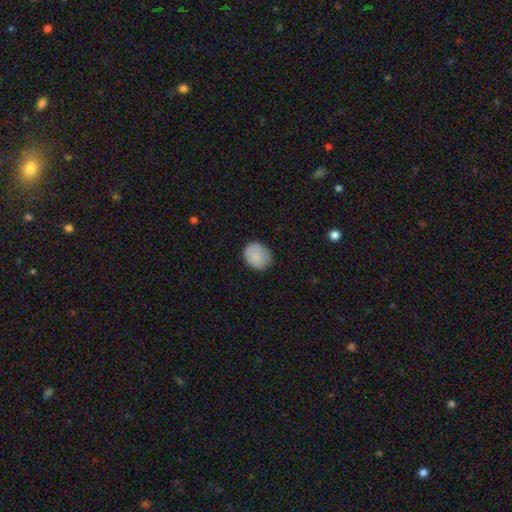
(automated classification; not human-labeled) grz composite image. It shows a smooth galaxy with no disk features (84%) that is round (57%). Merging: none (78%).